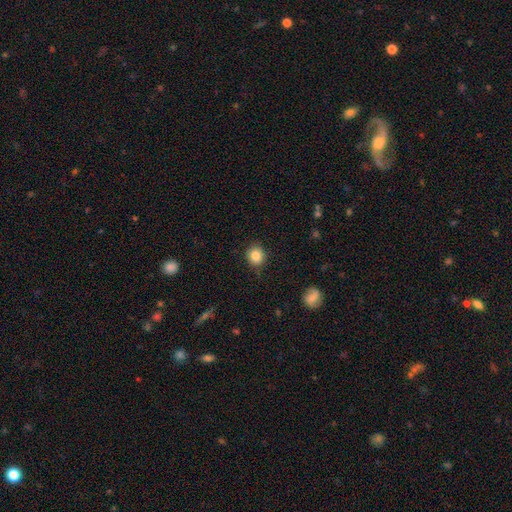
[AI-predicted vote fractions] This is clearly a smooth galaxy (84%). How rounded: clearly round (86%). Merging: clearly none (86%).